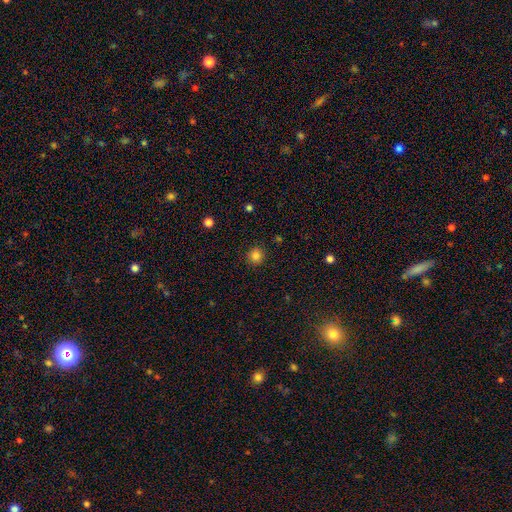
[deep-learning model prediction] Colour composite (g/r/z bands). It shows a smooth galaxy with no disk features (83%) that is round (92%). Merging: none (91%).